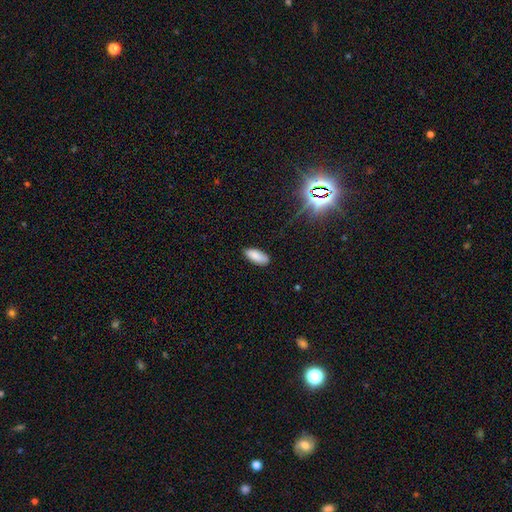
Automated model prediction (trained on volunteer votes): Smooth or featured? Predicted: smooth (p=0.86). How rounded? Predicted: in between (p=0.84). Merging? Predicted: none (p=0.84).